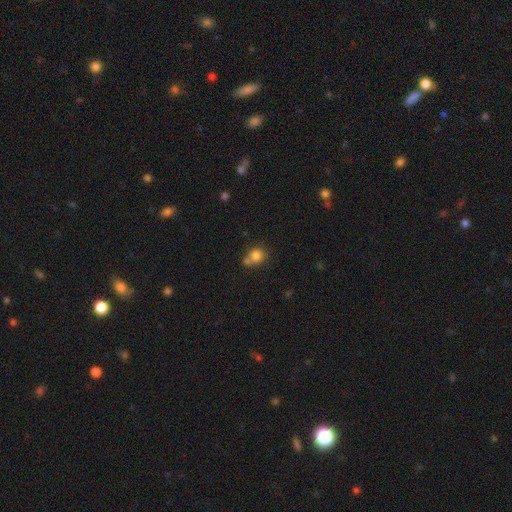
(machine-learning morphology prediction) A smooth galaxy with no disk features (80%) that is round (80%).

Vote fractions:
- Smooth or featured? smooth: 80% / star or artifact: 11% / featured or disk: 8%
- How rounded? round: 80% / in between: 19% / cigar-shaped: 1%
- Merging? none: 49% / merger: 33% / minor disturbance: 12% / major disturbance: 5%